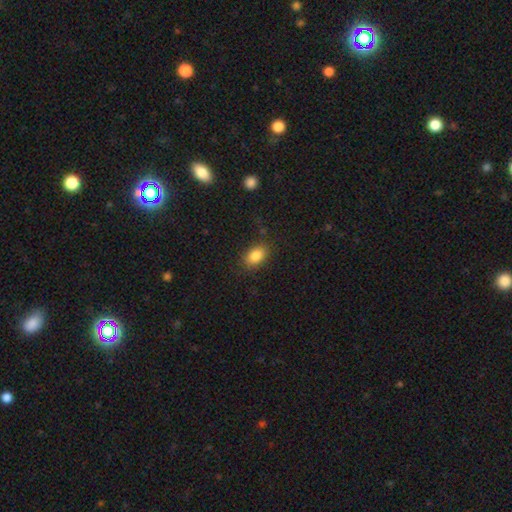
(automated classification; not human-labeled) Smooth or featured: smooth — 85% (star or artifact — 9%)
How rounded: in between — 83% (round — 15%)
Merging: none — 84% (minor disturbance — 11%)